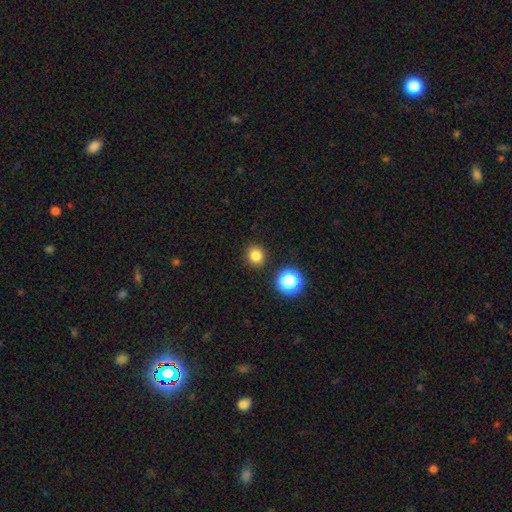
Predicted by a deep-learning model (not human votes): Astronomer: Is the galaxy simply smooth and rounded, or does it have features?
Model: smooth — 81%.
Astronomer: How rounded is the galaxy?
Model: round — 86%.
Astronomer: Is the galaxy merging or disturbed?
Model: none — 90%.